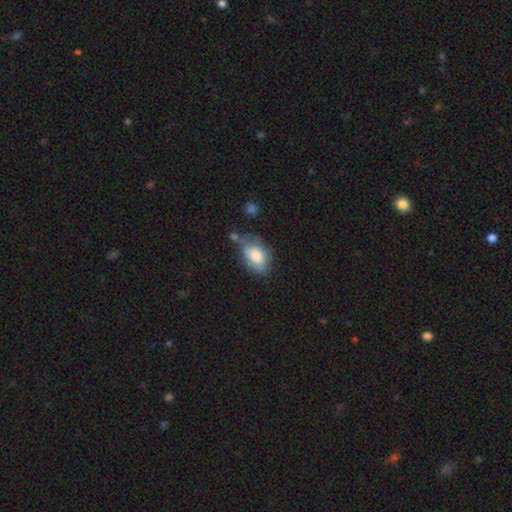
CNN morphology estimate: This appears to be a smooth galaxy with no disk features (80%) that is in between round and cigar-shaped (88%). Merging: none (39%).